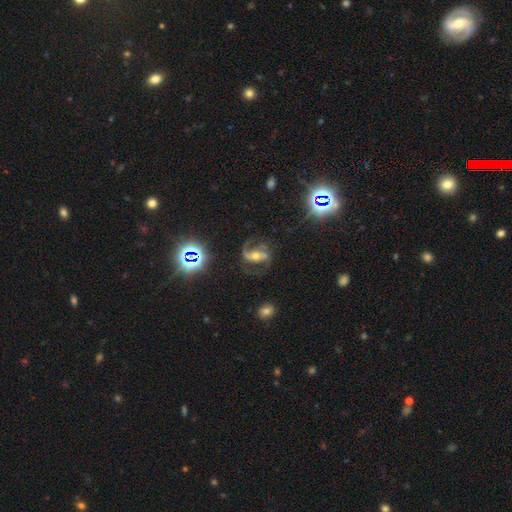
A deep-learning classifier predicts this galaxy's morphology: The model was most divided on "spiral winding": medium: 50%, loose: 37%, tight: 13%. More confident: edge-on disk — no (96%); spiral arms — yes (95%); spiral arm count — 2 (88%); smooth or featured — featured or disk (79%); merging — none (64%); bulge size — moderate (59%); bar — strong (50%).